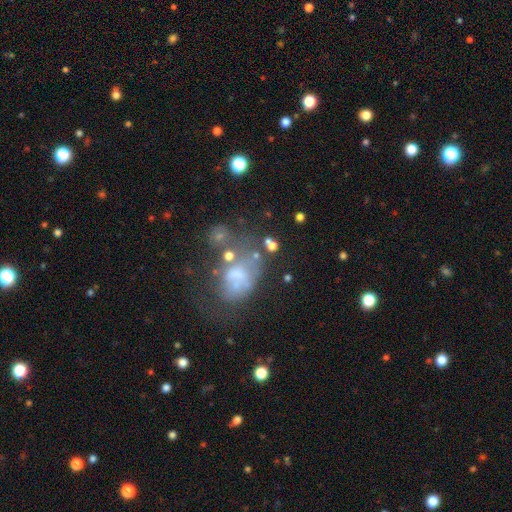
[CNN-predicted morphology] The model was most divided on "smooth or featured": featured or disk: 41%, smooth: 38%, star or artifact: 20%. Remaining: merging — major disturbance (33%).